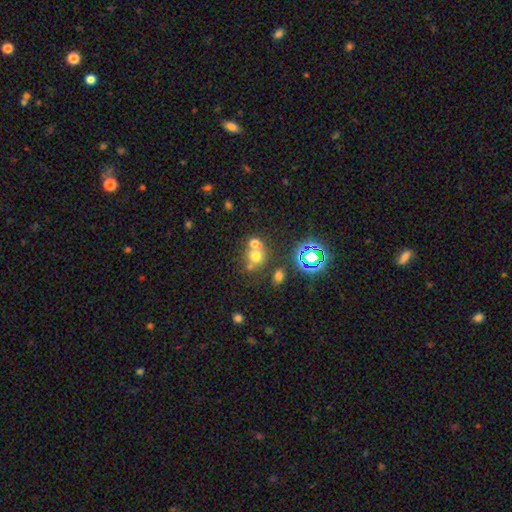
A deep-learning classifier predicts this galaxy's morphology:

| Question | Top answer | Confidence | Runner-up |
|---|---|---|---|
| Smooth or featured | smooth | 60% | star or artifact (23%) |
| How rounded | round | 73% | in between (26%) |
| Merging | merger | 46% | none (40%) |